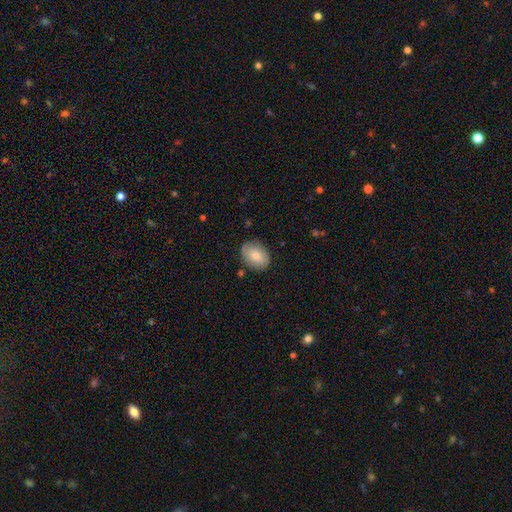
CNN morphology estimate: Overall: smooth (73%). How rounded: in between (65%; round 34%). Merging: none (78%).